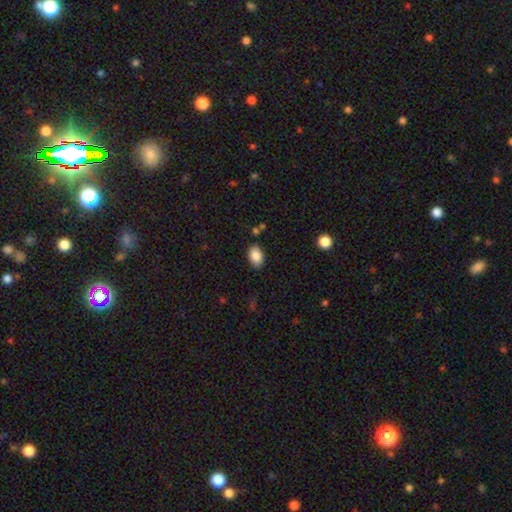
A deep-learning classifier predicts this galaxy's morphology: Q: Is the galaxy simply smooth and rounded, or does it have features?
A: smooth — 87%.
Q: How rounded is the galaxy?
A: in between — 88%.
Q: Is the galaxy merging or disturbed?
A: none — 83%.